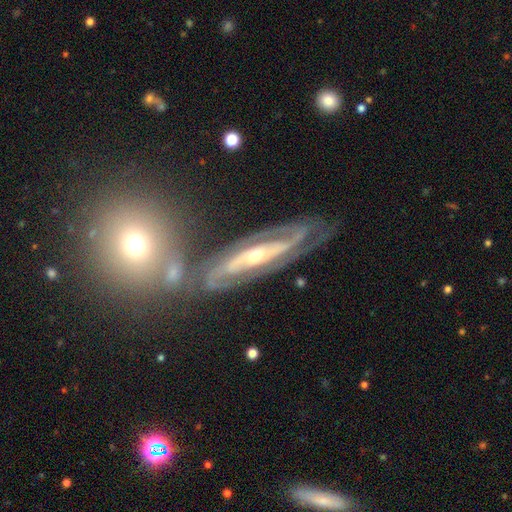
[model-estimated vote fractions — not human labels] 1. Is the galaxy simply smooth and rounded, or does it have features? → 87% featured or disk, 7% smooth, 6% star or artifact.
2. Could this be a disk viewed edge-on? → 85% no, 15% yes.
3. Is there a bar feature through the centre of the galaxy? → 39% no, 36% strong, 25% weak.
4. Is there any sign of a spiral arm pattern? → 94% yes, 6% no.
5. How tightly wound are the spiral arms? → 50% tight, 39% medium, 11% loose.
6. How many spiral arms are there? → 71% 2, 12% can't tell, 8% 3, 3% 1, 3% 4, 3% more than 4.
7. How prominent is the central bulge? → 50% small, 44% moderate, 3% large, 1% none, 1% dominant.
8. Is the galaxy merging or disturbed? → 61% none, 16% minor disturbance, 14% merger, 9% major disturbance.